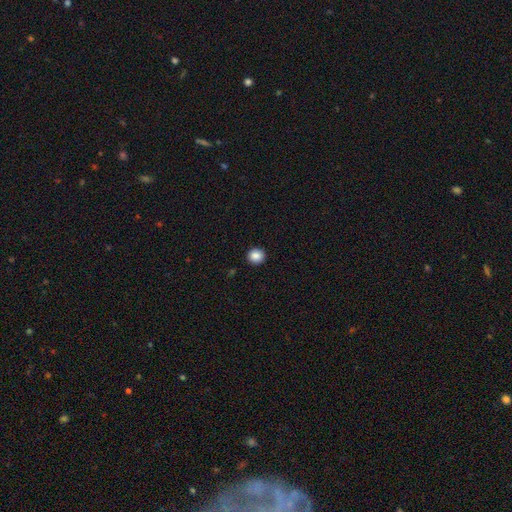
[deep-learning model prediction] This is clearly a smooth galaxy (88%). How rounded: clearly round (91%). Merging: clearly none (93%).